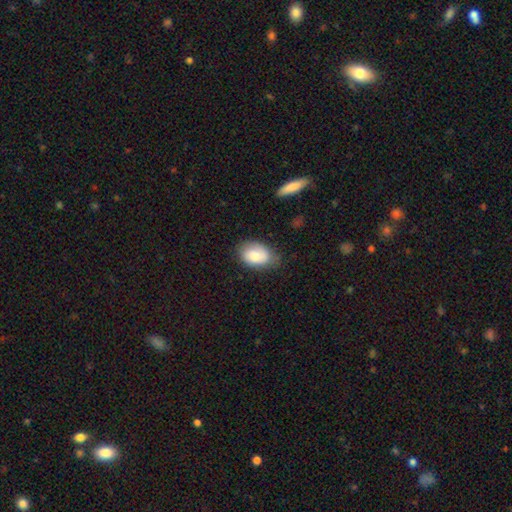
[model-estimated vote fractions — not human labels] This appears to be a smooth galaxy with no disk features (78%) that is in between round and cigar-shaped (87%). Merging: none (65%).